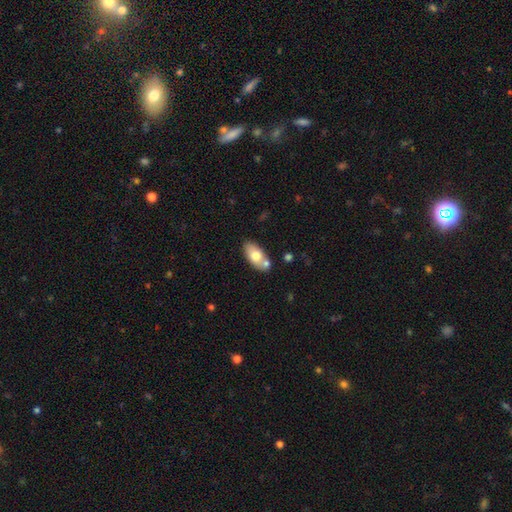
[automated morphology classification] A smooth galaxy with no disk features (69%) that is in between round and cigar-shaped (91%).

Vote fractions:
- Smooth or featured? smooth: 69% / featured or disk: 24% / star or artifact: 7%
- How rounded? in between: 91% / round: 5% / cigar-shaped: 4%
- Merging? none: 63% / merger: 20% / minor disturbance: 14% / major disturbance: 3%